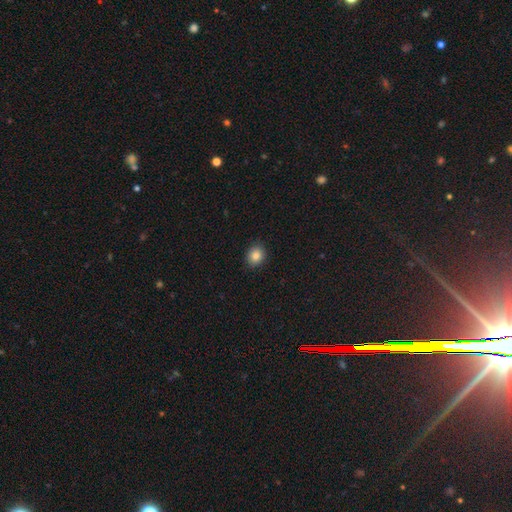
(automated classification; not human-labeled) A smooth galaxy with no disk features (85%) that is round (67%).

Vote fractions:
- Smooth or featured? smooth: 85% / star or artifact: 10% / featured or disk: 5%
- How rounded? round: 67% / in between: 32% / cigar-shaped: 1%
- Merging? none: 90% / minor disturbance: 7% / major disturbance: 2% / merger: 1%